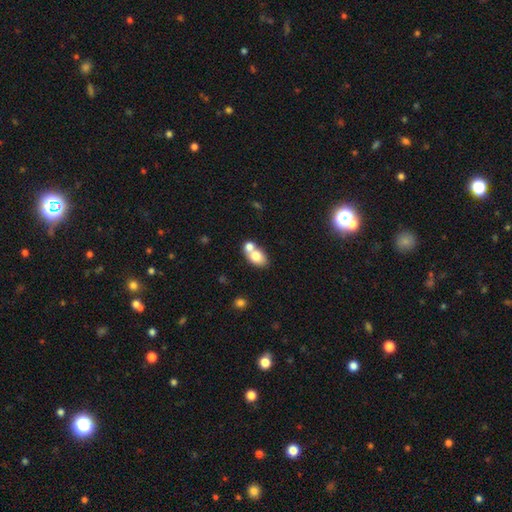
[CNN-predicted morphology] Overall: smooth (73%). How rounded: in between (79%). Merging: merger (52%; none 36%).